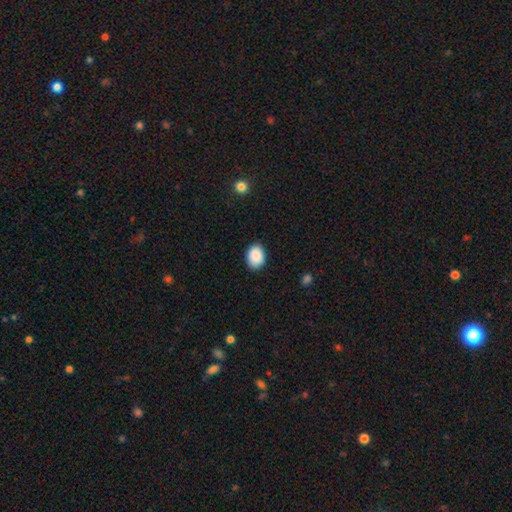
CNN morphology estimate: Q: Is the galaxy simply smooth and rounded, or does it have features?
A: smooth — 90%.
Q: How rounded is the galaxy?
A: in between — 74%.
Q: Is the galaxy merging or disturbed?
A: none — 86%.